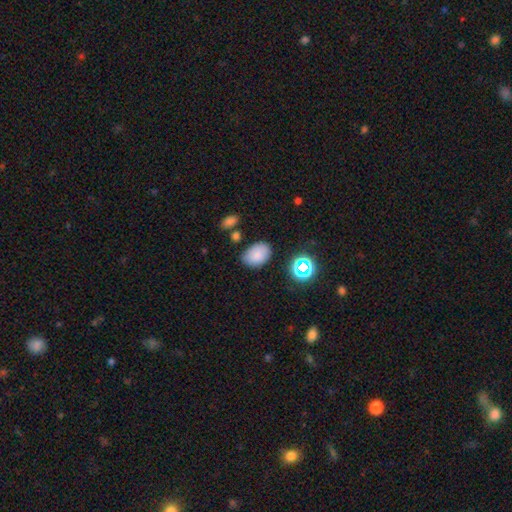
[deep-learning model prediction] Smooth or featured? smooth (80%)
How rounded? in between (82%)
Merging? none (77%)